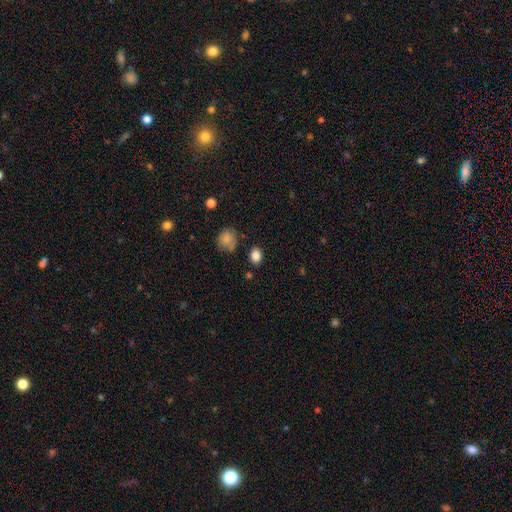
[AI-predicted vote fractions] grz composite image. It shows a smooth galaxy with no disk features (86%) that is in between round and cigar-shaped (60%). Merging: none (81%).